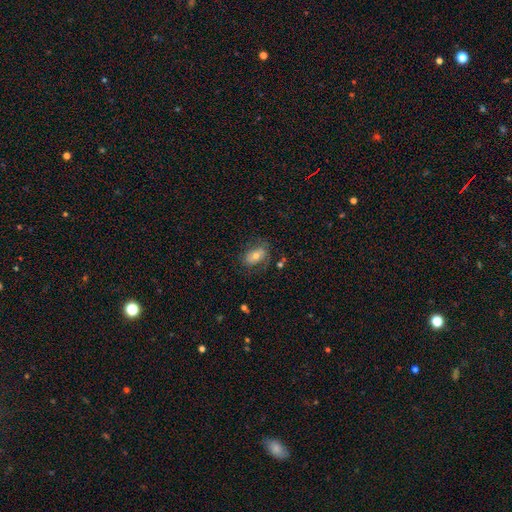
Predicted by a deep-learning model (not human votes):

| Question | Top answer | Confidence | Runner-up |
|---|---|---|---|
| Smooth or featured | smooth | 52% | featured or disk (38%) |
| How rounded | in between | 85% | round (12%) |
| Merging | none | 65% | minor disturbance (20%) |